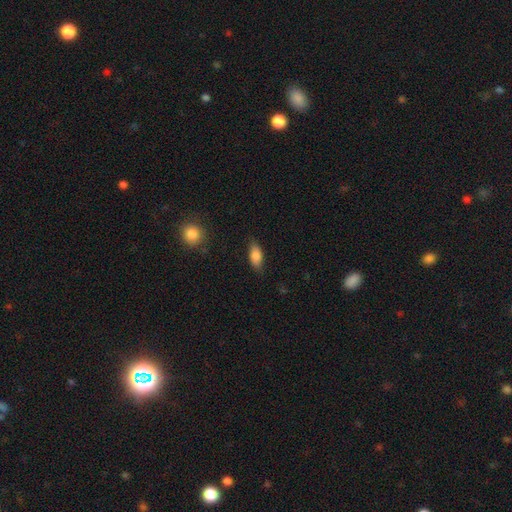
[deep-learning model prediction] This is clearly a smooth galaxy (81%). How rounded: clearly in between (81%). Merging: likely none (80%).